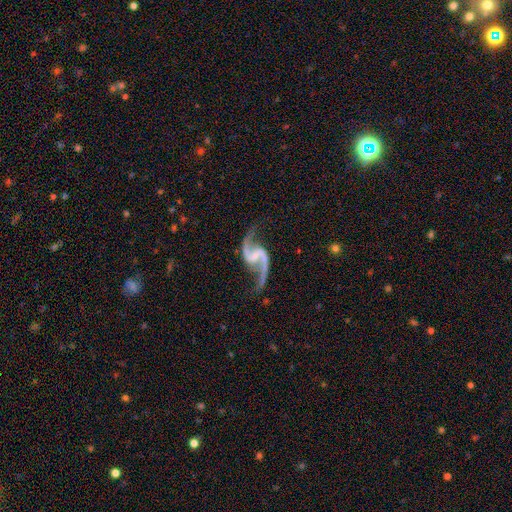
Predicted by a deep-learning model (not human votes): A featured or disk galaxy (94%) with a weak bar (46%), 2 (95%) loose (75%) spiral arms (98%) and a small central bulge (53%). Merging: none (75%).